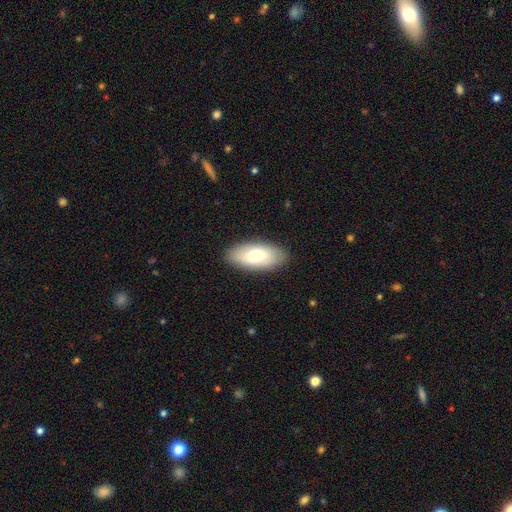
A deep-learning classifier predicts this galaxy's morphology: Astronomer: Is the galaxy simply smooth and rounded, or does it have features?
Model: smooth — 72%.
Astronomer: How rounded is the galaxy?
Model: in between — 89%.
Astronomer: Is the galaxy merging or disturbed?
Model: none — 87%.